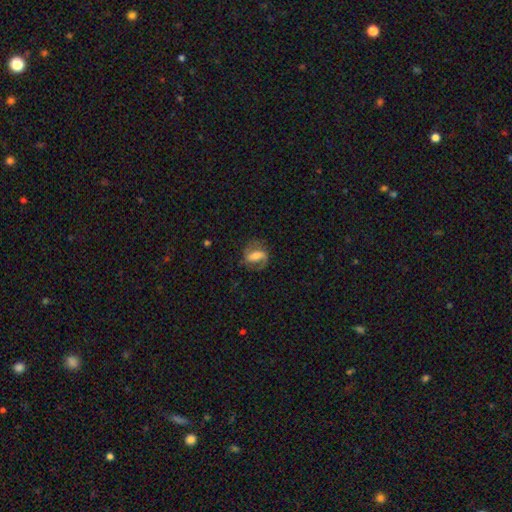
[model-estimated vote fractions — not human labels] Smooth or featured: featured or disk — 71% (smooth — 22%)
Edge-on disk: no — 96% (yes — 4%)
Bar: strong — 41% (weak — 38%)
Spiral arms: yes — 90% (no — 10%)
Spiral winding: medium — 49% (loose — 28%)
Spiral arm count: 2 — 74% (1 — 18%)
Bulge size: moderate — 52% (small — 28%)
Merging: none — 68% (minor disturbance — 18%)